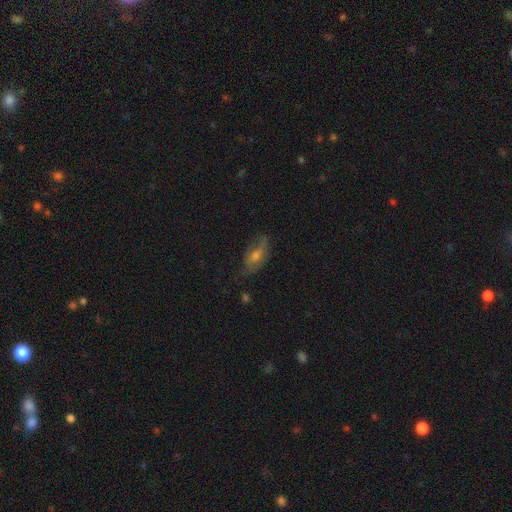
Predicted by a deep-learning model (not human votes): Morphology: type=smooth (47%); merging=none (56%).